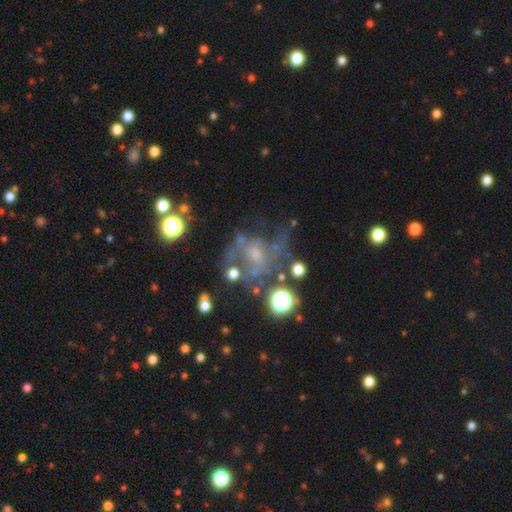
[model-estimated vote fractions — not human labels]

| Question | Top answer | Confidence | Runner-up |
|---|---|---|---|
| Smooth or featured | featured or disk | 59% | smooth (21%) |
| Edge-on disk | no | 97% | yes (3%) |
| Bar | no | 68% | weak (26%) |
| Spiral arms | yes | 55% | no (45%) |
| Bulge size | small | 44% | moderate (32%) |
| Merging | none | 44% | major disturbance (27%) |